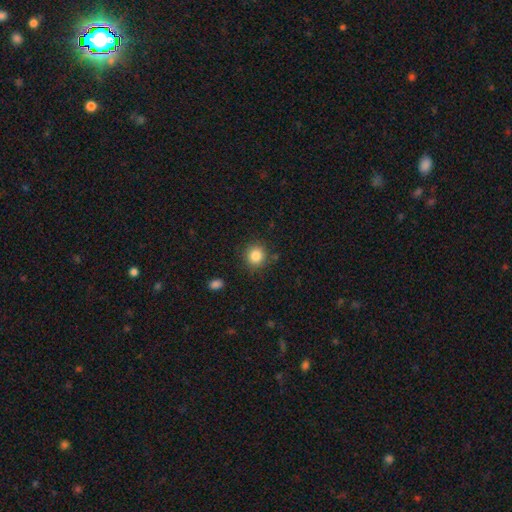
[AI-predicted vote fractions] smooth-or-featured: smooth: 85% | star or artifact: 10% | featured or disk: 5%
  how-rounded: round: 88% | in between: 11% | cigar-shaped: 1%
  merging: none: 86% | minor disturbance: 9% | major disturbance: 3% | merger: 2%